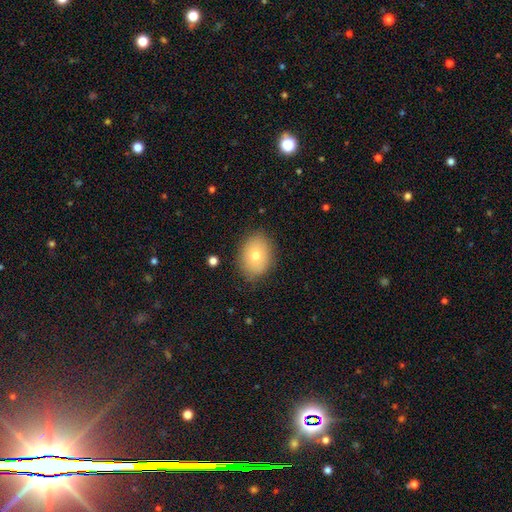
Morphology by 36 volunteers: smooth 86%, featured or disk 14%, star or artifact 0%. Down the decision tree: how rounded — in between (77%); merging — none (89%).